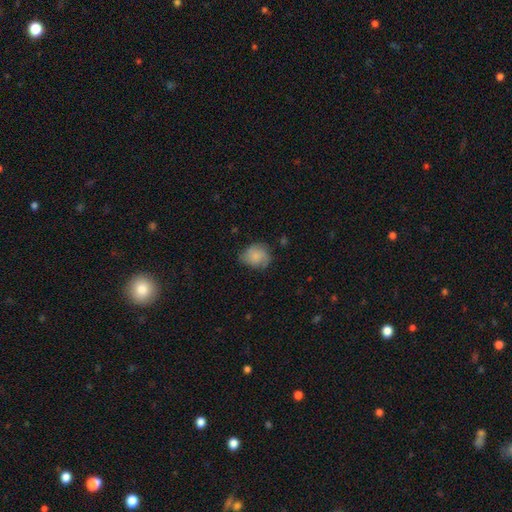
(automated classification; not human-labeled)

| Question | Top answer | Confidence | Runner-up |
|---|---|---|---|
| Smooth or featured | smooth | 70% | featured or disk (22%) |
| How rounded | round | 62% | in between (37%) |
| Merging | none | 59% | minor disturbance (30%) |